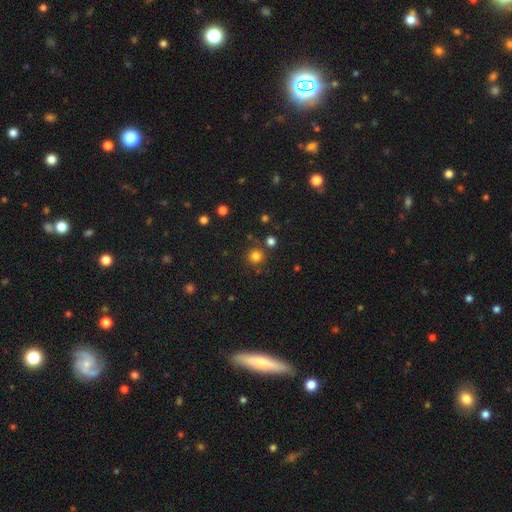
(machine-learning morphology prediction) Smooth or featured: smooth — 80% (star or artifact — 16%)
How rounded: round — 94% (in between — 5%)
Merging: none — 83% (minor disturbance — 7%)